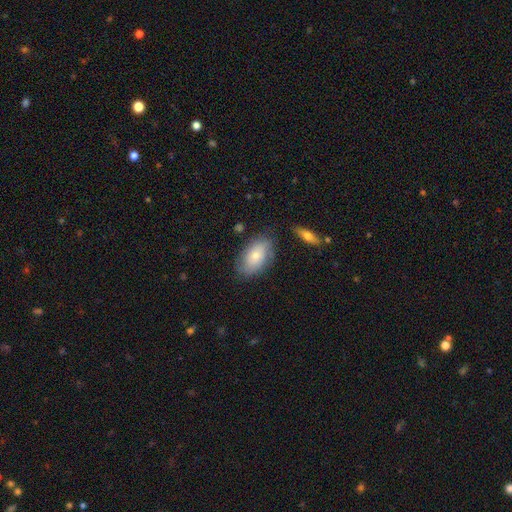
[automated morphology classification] Smooth or featured? smooth (62%)
How rounded? in between (91%)
Merging? none (71%)